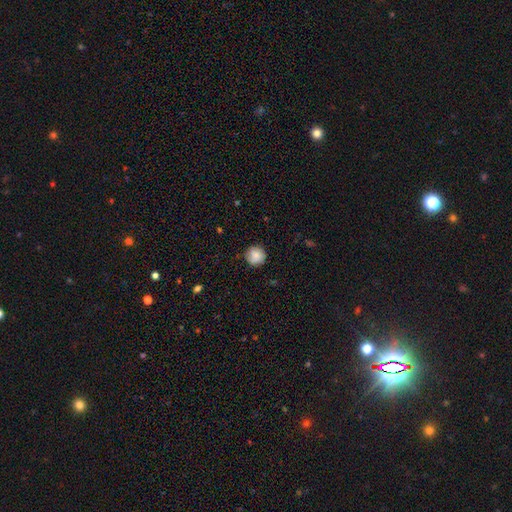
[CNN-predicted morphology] This appears to be a smooth galaxy with no disk features (82%) that is round (94%). Merging: none (82%).